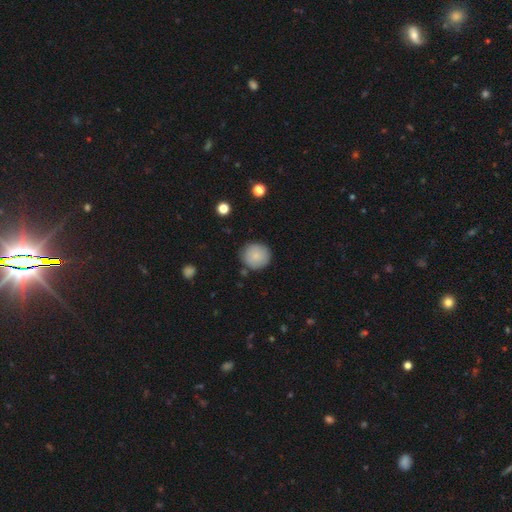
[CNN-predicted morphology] Smooth or featured?
  - smooth: 84% *
  - featured or disk: 8%
  - star or artifact: 8%
How rounded?
  - round: 92% *
  - in between: 7%
  - cigar-shaped: 1%
Merging?
  - none: 87% *
  - minor disturbance: 9%
  - major disturbance: 2%
  - merger: 2%